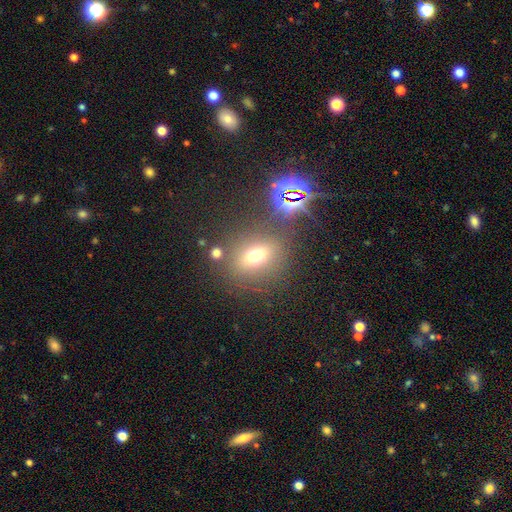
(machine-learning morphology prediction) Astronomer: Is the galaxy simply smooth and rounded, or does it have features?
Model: smooth — 59%.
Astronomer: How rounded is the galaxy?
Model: in between — 49% (runner-up: round, 47%).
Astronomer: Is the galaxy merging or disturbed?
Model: none — 76%.